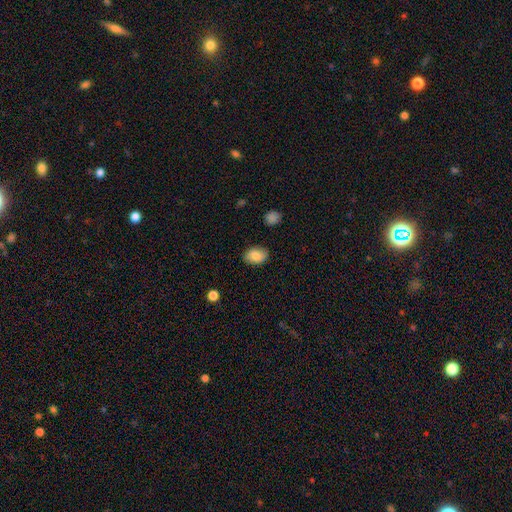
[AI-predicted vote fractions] The model was most divided on "how rounded": in between: 80%, round: 19%, cigar-shaped: 1%. More confident: smooth or featured — smooth (83%); merging — none (82%).